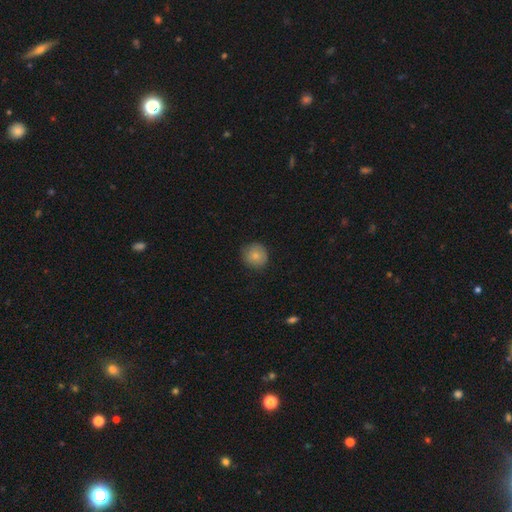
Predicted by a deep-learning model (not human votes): Q: Smooth or featured?
A: smooth (82%); runner-up: featured or disk (9%)
Q: How rounded?
A: round (91%); runner-up: in between (8%)
Q: Merging?
A: none (83%); runner-up: minor disturbance (13%)